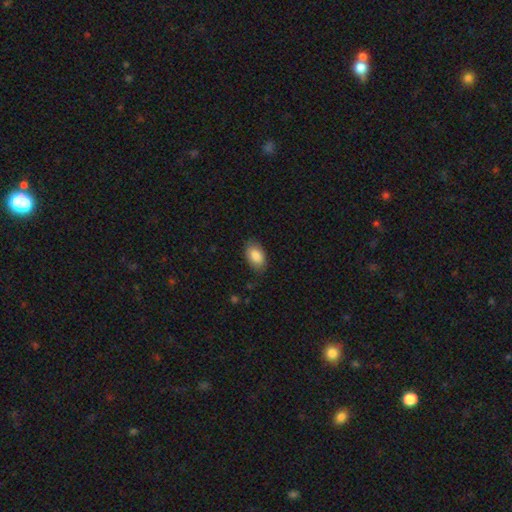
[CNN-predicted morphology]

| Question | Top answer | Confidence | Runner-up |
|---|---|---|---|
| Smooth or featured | smooth | 86% | featured or disk (8%) |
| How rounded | in between | 92% | round (6%) |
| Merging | none | 82% | minor disturbance (14%) |